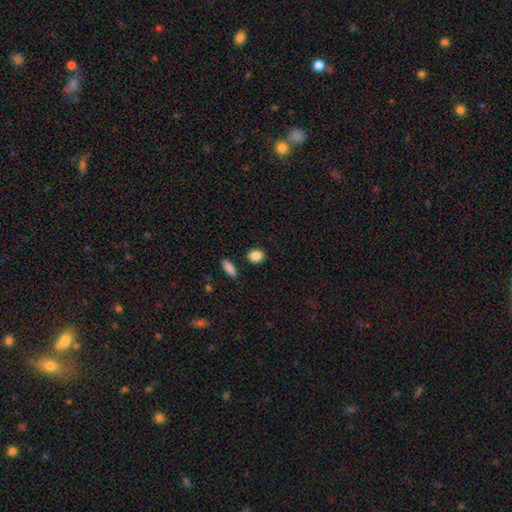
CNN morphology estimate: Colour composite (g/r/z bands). It shows a smooth galaxy with no disk features (88%) that is round (64%). Merging: none (87%).